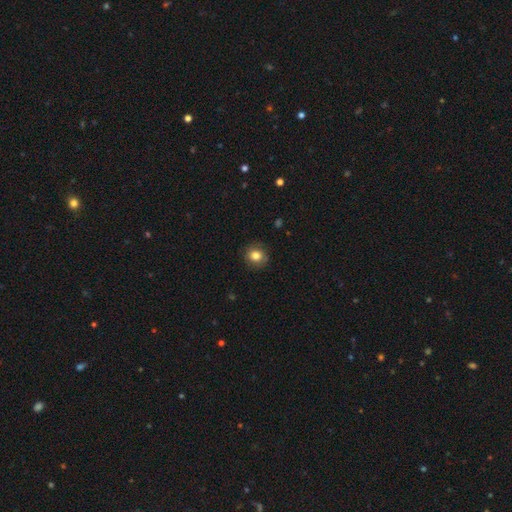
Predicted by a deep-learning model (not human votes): Smooth or featured?
  - smooth: 81% *
  - star or artifact: 10%
  - featured or disk: 9%
How rounded?
  - round: 83% *
  - in between: 16%
  - cigar-shaped: 1%
Merging?
  - none: 86% *
  - minor disturbance: 11%
  - major disturbance: 3%
  - merger: 1%